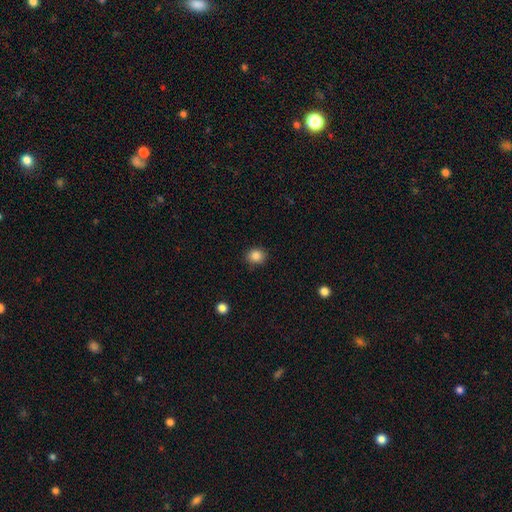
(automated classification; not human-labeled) Smooth or featured? Predicted: smooth (p=0.86). How rounded? Predicted: round (p=0.75). Merging? Predicted: none (p=0.88).